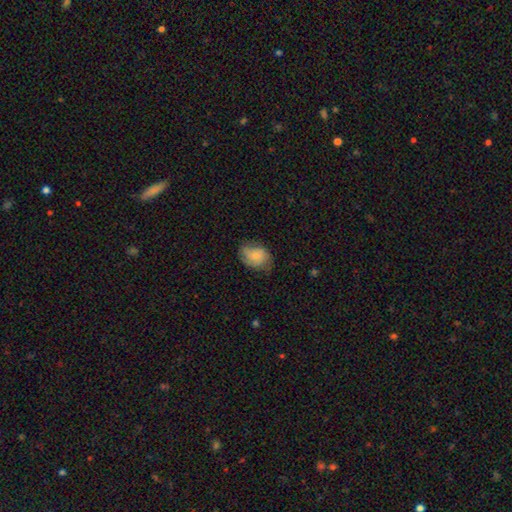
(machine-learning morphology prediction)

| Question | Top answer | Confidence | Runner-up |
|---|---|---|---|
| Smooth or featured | smooth | 67% | featured or disk (25%) |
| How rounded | in between | 68% | round (31%) |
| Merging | none | 59% | minor disturbance (31%) |